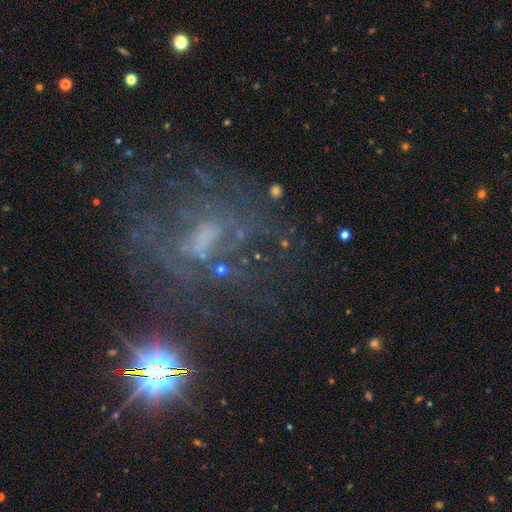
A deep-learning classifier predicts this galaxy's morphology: A featured or disk galaxy (53%).

Vote fractions:
- Smooth or featured? featured or disk: 53% / star or artifact: 32% / smooth: 15%
- Edge-on disk? no: 94% / yes: 6%
- Merging? none: 59% / major disturbance: 21% / minor disturbance: 16% / merger: 4%